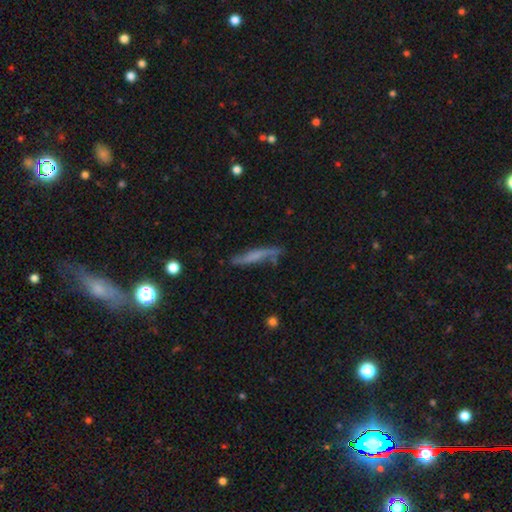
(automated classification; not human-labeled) Morphology: type=featured or disk (47%); merging=none (63%).